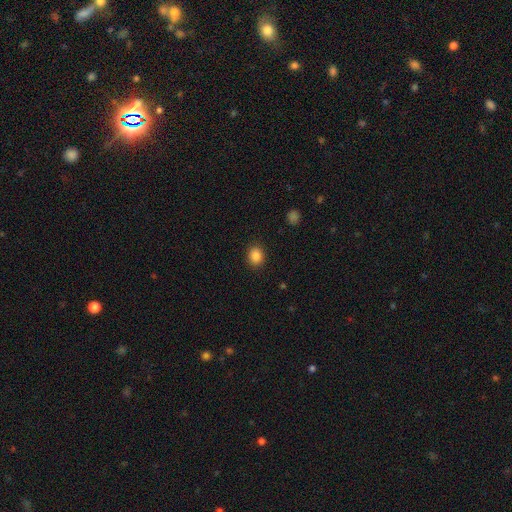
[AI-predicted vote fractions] Morphology: type=smooth (87%); roundness=round (56%); merging=none (89%).